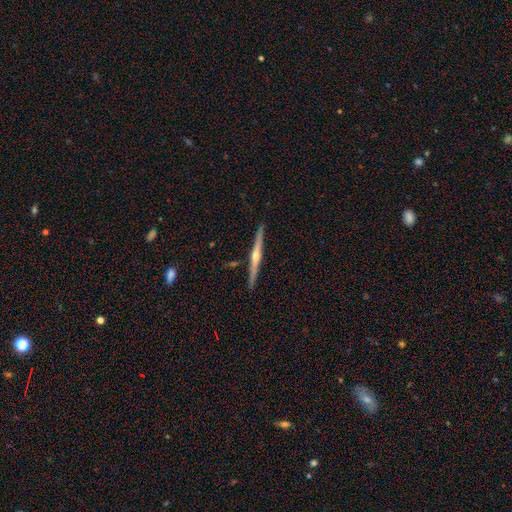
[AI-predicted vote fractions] This is clearly a featured or disk galaxy (81%). It is clearly viewed edge-on (99%). Edge-on bulge: clearly rounded (90%). Merging: clearly none (92%).